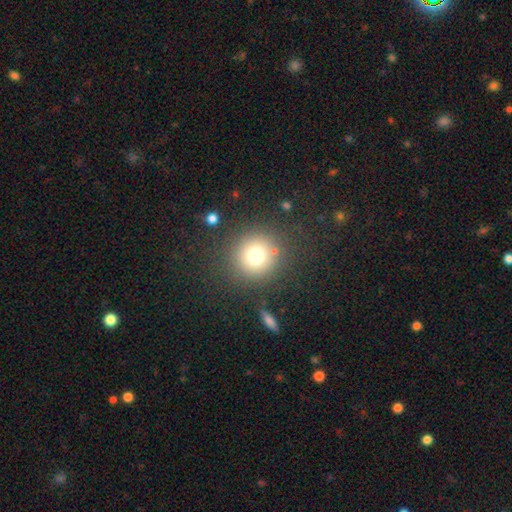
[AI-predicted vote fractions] A smooth galaxy with no disk features (73%) that is round (93%). Merging: none (83%).